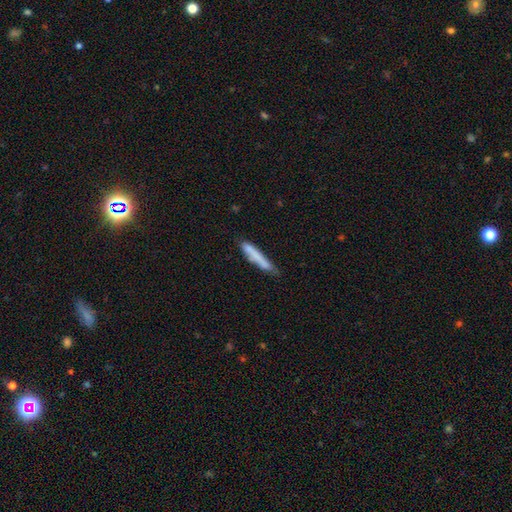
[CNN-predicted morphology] A smooth galaxy with no disk features (73%) that is cigar-shaped (92%). Merging: none (64%).